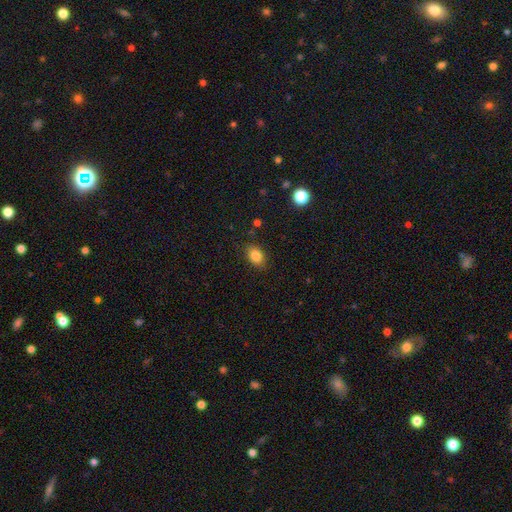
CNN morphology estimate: Smooth or featured: smooth — 83% (star or artifact — 10%)
How rounded: in between — 73% (round — 25%)
Merging: none — 84% (minor disturbance — 11%)